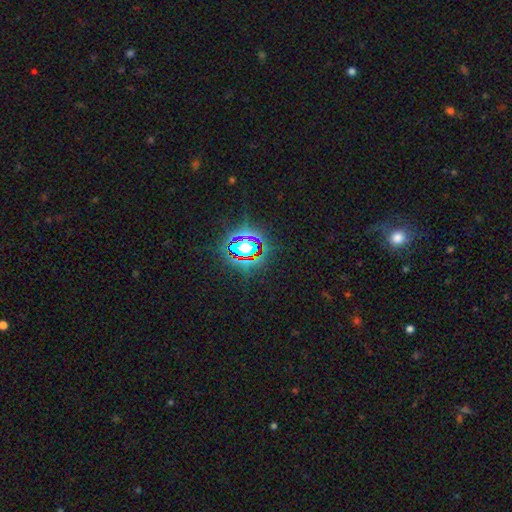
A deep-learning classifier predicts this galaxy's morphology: This is clearly a star or artifact rather than a galaxy (81%).